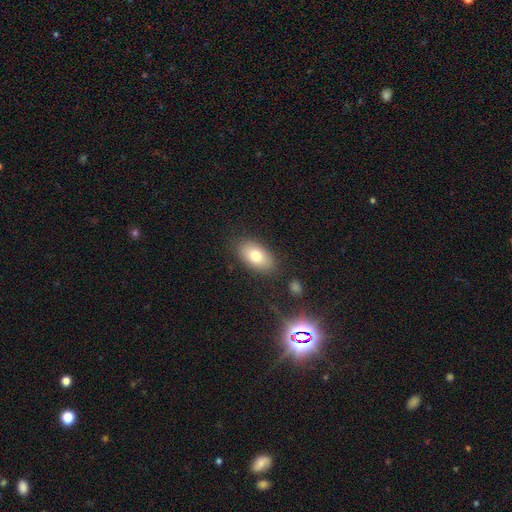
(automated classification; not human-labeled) A smooth galaxy with no disk features (77%) that is in between round and cigar-shaped (92%). Merging: none (84%).